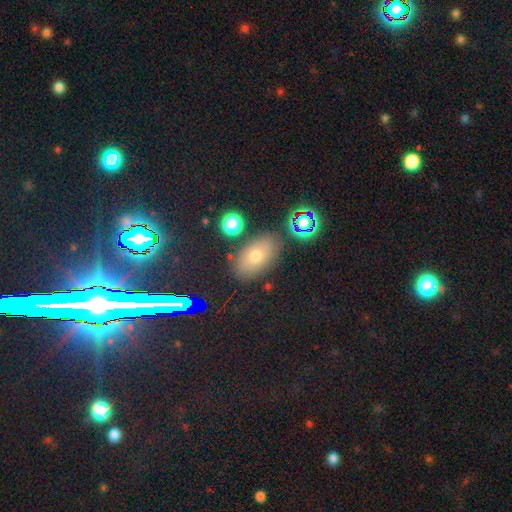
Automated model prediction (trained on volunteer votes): A smooth galaxy with no disk features (61%) that is in between round and cigar-shaped (88%).

Vote fractions:
- Smooth or featured? smooth: 61% / star or artifact: 24% / featured or disk: 15%
- How rounded? in between: 88% / round: 9% / cigar-shaped: 3%
- Merging? none: 83% / minor disturbance: 10% / merger: 3% / major disturbance: 3%